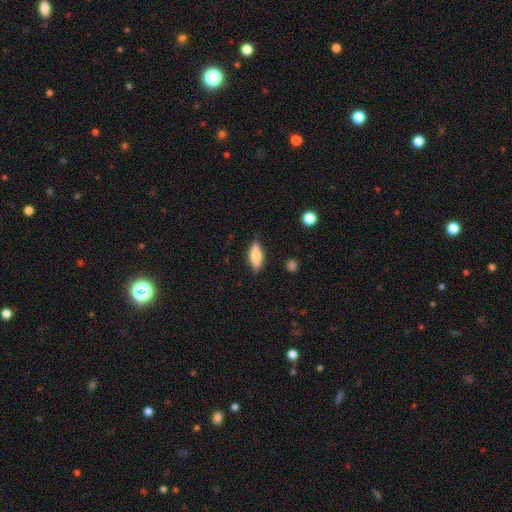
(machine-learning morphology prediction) Smooth or featured? Predicted: smooth (p=0.69). How rounded? Predicted: in between (p=0.62). Merging? Predicted: none (p=0.84).